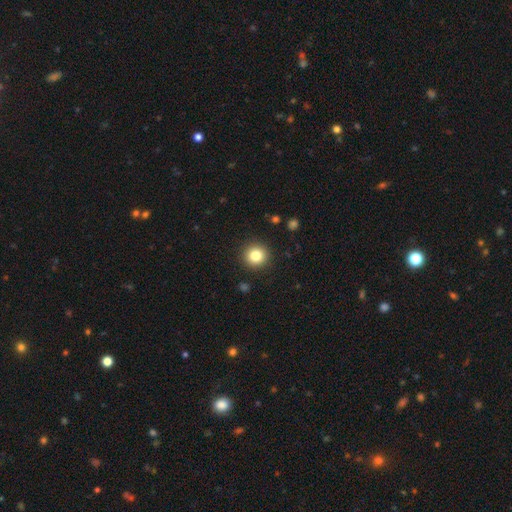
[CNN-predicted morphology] smooth-or-featured: smooth: 82% | star or artifact: 11% | featured or disk: 7%
  how-rounded: round: 93% | in between: 6% | cigar-shaped: 1%
  merging: none: 91% | minor disturbance: 6% | major disturbance: 2% | merger: 1%